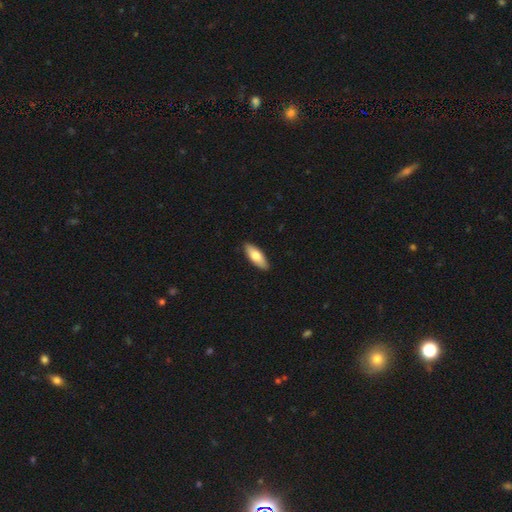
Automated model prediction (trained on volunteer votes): A smooth galaxy with no disk features (75%) that is in between round and cigar-shaped (70%). Merging: none (90%).